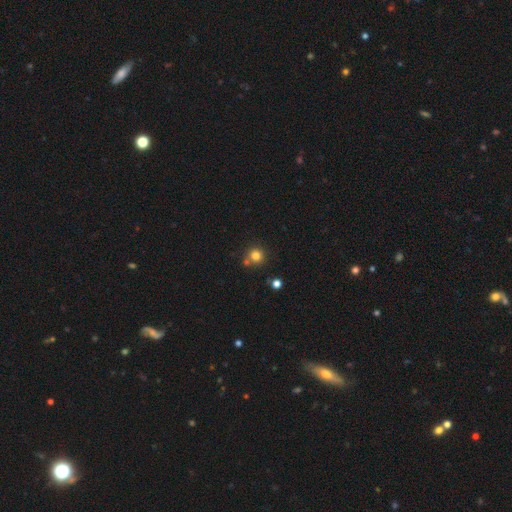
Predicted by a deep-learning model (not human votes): smooth_or_featured: smooth (p=0.80) [alt: star or artifact p=0.14]
how_rounded: round (p=0.93) [alt: in between p=0.06]
merging: none (p=0.74) [alt: merger p=0.15]